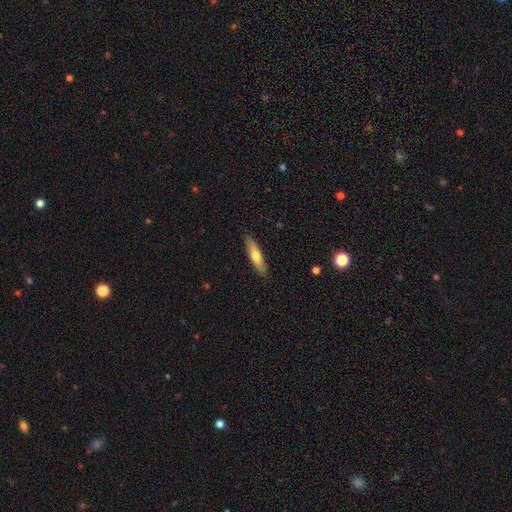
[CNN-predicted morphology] The model was most divided on "smooth or featured": smooth: 60%, featured or disk: 34%, star or artifact: 6%. More confident: merging — none (89%); how rounded — cigar-shaped (72%).